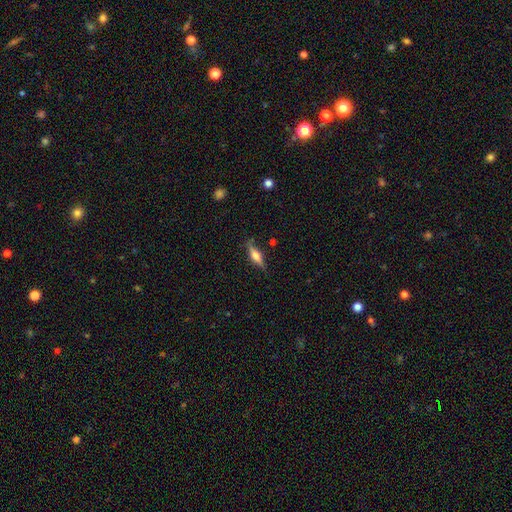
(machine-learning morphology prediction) Smooth or featured? Predicted: featured or disk (p=0.58). Edge-on disk? Predicted: yes (p=0.95). Edge-on bulge? Predicted: rounded (p=0.82). Merging? Predicted: none (p=0.79).